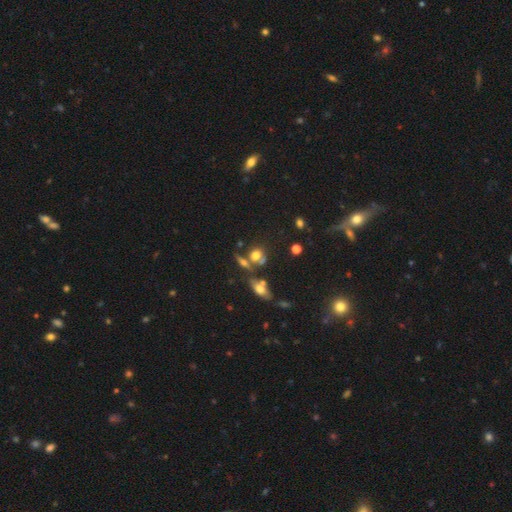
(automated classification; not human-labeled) This appears to be a smooth galaxy with no disk features (64%) that is round (54%). Merging: none (48%).